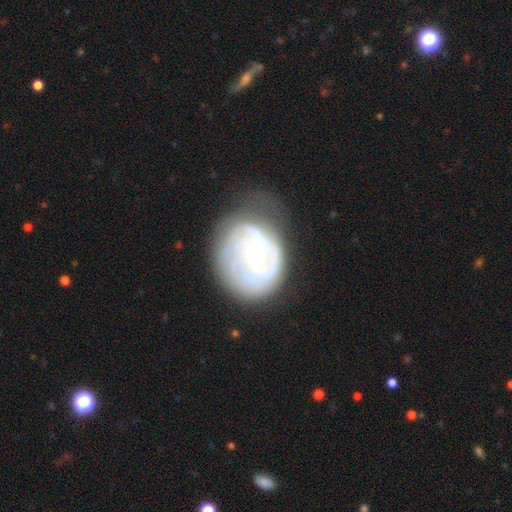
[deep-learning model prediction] A featured or disk galaxy (72%) with no bar (71%), tight (65%) spiral arms (77%) and a small central bulge (56%).

Vote fractions:
- Smooth or featured? featured or disk: 72% / smooth: 22% / star or artifact: 7%
- Edge-on disk? no: 97% / yes: 3%
- Bar? no: 71% / weak: 24% / strong: 5%
- Spiral arms? yes: 77% / no: 23%
- Spiral winding? tight: 65% / medium: 25% / loose: 10%
- Spiral arm count? can't tell: 50% / 2: 24% / 3: 11% / 1: 7% / 4: 5% / more than 4: 4%
- Bulge size? small: 56% / moderate: 40% / large: 2% / none: 1% / dominant: 1%
- Merging? none: 48% / minor disturbance: 31% / major disturbance: 20% / merger: 2%